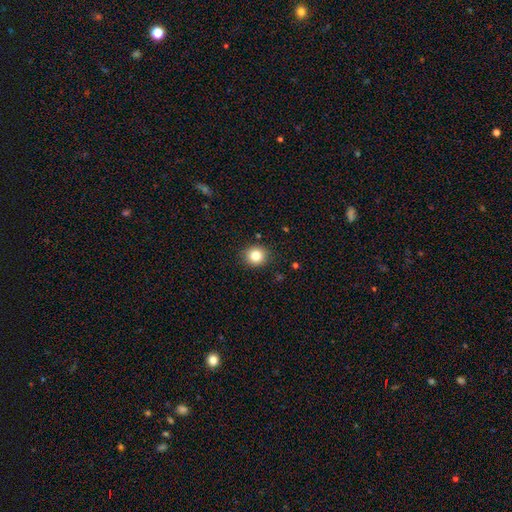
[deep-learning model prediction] A smooth galaxy with no disk features (83%) that is round (88%). Merging: none (90%).